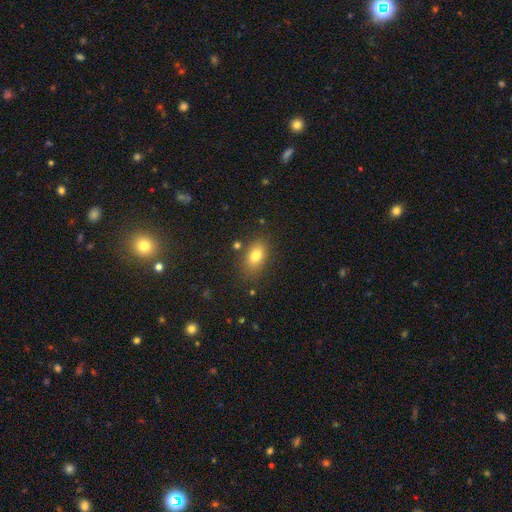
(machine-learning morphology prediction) This appears to be a smooth galaxy with no disk features (79%) that is in between round and cigar-shaped (86%). Merging: none (79%).